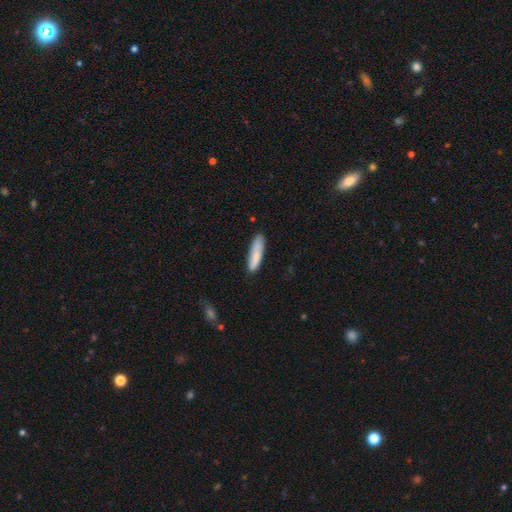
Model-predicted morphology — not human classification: A smooth galaxy with no disk features (81%) that is cigar-shaped (69%).

Vote fractions:
- Smooth or featured? smooth: 81% / featured or disk: 13% / star or artifact: 6%
- How rounded? cigar-shaped: 69% / in between: 29% / round: 1%
- Merging? none: 81% / minor disturbance: 15% / major disturbance: 3% / merger: 2%